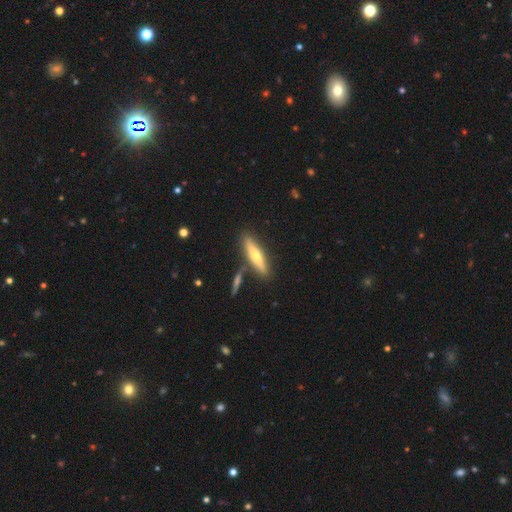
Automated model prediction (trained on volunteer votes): Q: Smooth or featured?
A: smooth (49%); runner-up: featured or disk (45%)
Q: Merging?
A: none (80%); runner-up: minor disturbance (10%)